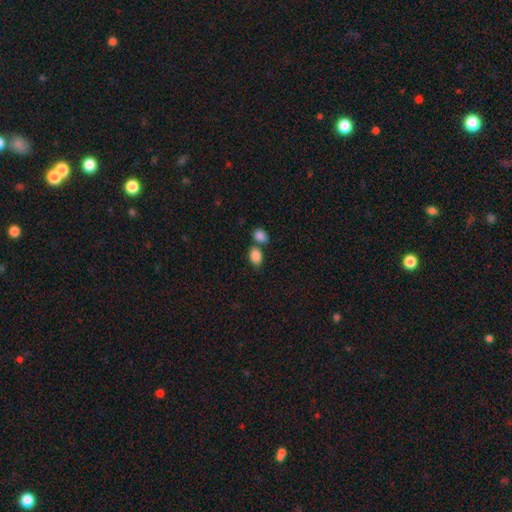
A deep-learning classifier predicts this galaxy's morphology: A smooth galaxy with no disk features (87%) that is in between round and cigar-shaped (83%). Merging: none (48%).